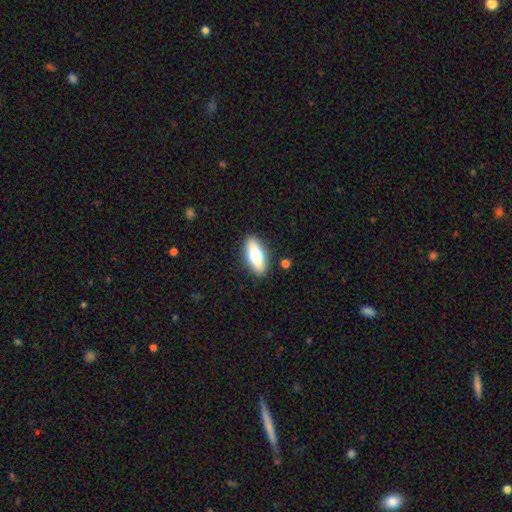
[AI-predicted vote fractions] smooth-or-featured: smooth: 64% | featured or disk: 29% | star or artifact: 7%
  how-rounded: in between: 72% | cigar-shaped: 25% | round: 3%
  merging: none: 88% | minor disturbance: 8% | major disturbance: 2% | merger: 2%